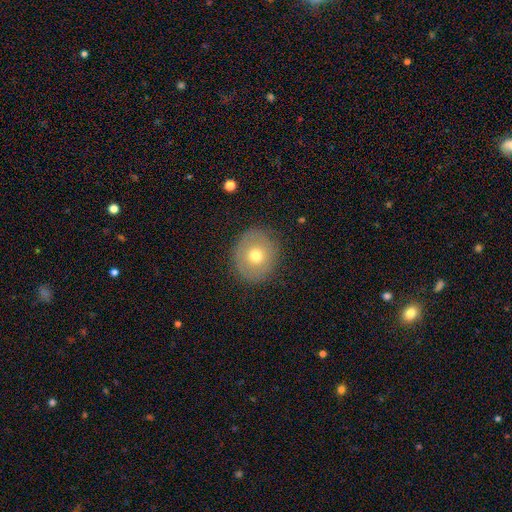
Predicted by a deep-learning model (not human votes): smooth 63%, featured or disk 27%, star or artifact 10%. Down the decision tree: how rounded — round (80%); merging — none (84%).